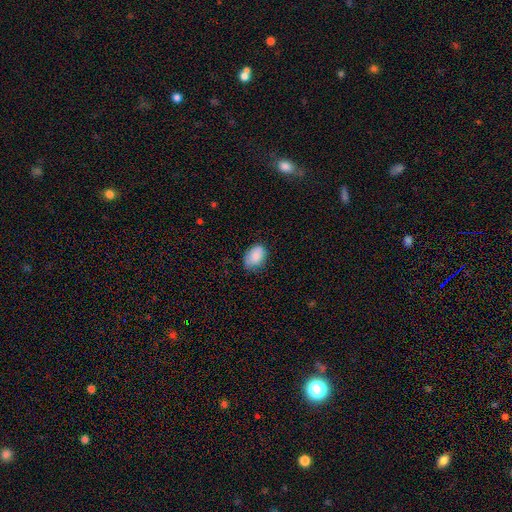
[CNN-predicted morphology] This appears to be a smooth galaxy with no disk features (85%) that is in between round and cigar-shaped (83%). Merging: none (68%).